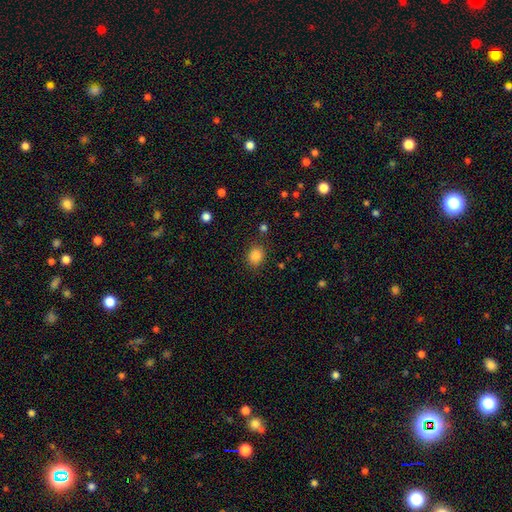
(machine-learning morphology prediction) Smooth or featured?
  - smooth: 85% *
  - star or artifact: 11%
  - featured or disk: 4%
How rounded?
  - round: 68% *
  - in between: 31%
  - cigar-shaped: 1%
Merging?
  - none: 84% *
  - minor disturbance: 10%
  - major disturbance: 3%
  - merger: 2%